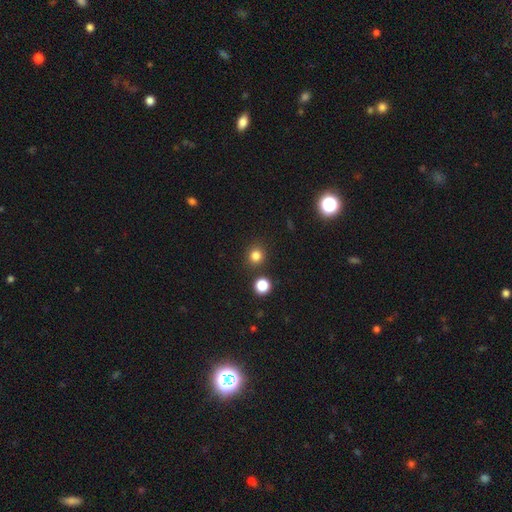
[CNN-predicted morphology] A smooth galaxy with no disk features (81%) that is round (91%). Merging: none (87%).